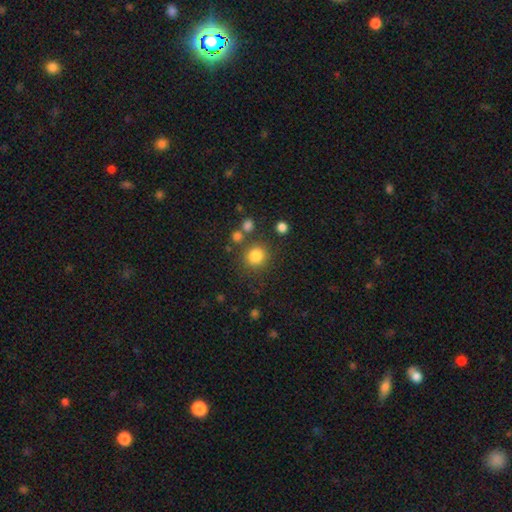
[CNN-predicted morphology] This appears to be a smooth galaxy with no disk features (82%) that is round (88%). Merging: none (80%).